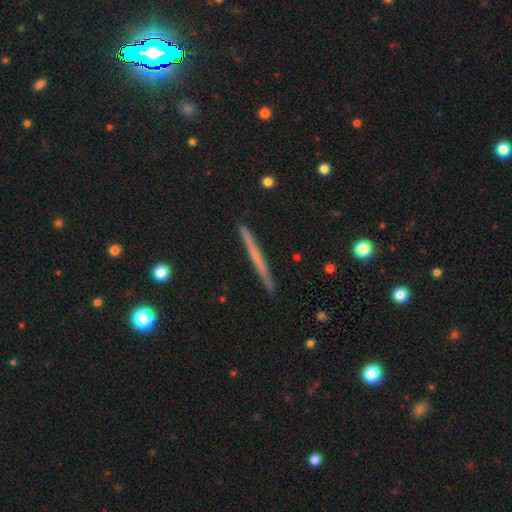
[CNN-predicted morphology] The model was most divided on "smooth or featured": featured or disk: 47%, smooth: 46%, star or artifact: 6%. More confident: merging — none (92%).